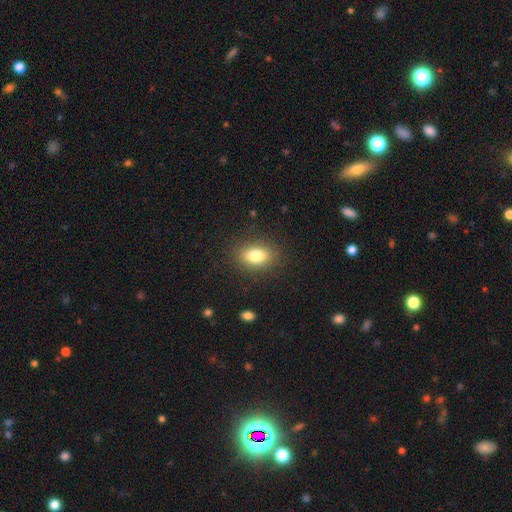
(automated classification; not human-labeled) Smooth or featured? smooth (81%)
How rounded? in between (84%)
Merging? none (86%)